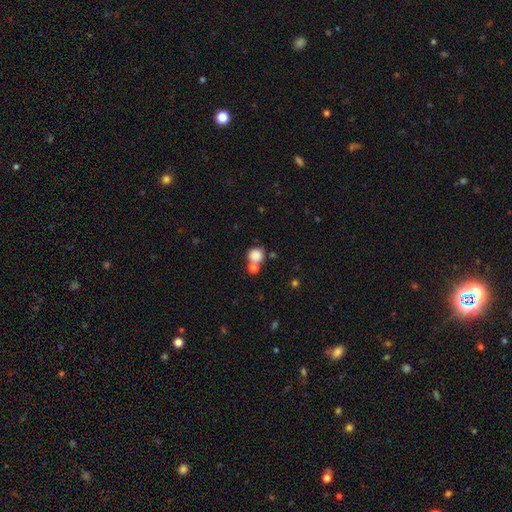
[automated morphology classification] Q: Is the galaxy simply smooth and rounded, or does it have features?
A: smooth — 82%.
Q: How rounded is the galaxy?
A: round — 84%.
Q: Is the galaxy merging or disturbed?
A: none — 50%.